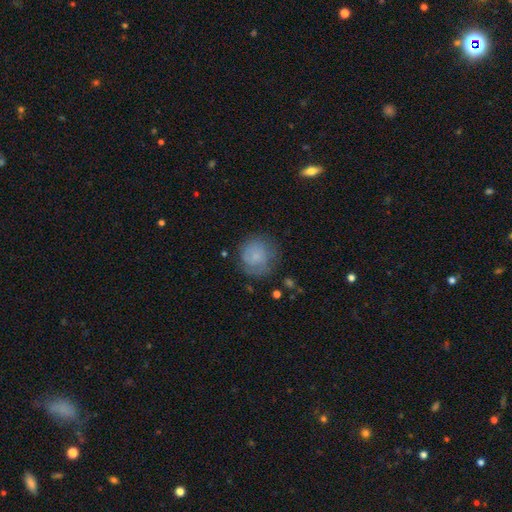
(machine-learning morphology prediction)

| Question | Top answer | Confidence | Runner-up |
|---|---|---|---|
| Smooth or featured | smooth | 60% | featured or disk (31%) |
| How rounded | round | 88% | in between (11%) |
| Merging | none | 67% | minor disturbance (21%) |